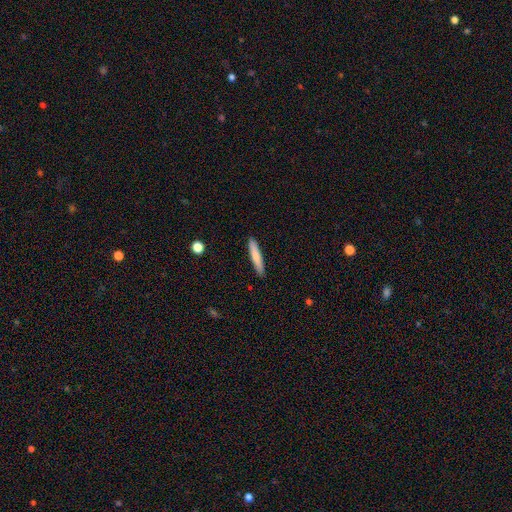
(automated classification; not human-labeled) Smooth or featured? Predicted: smooth (p=0.76). How rounded? Predicted: cigar-shaped (p=0.92). Merging? Predicted: none (p=0.90).